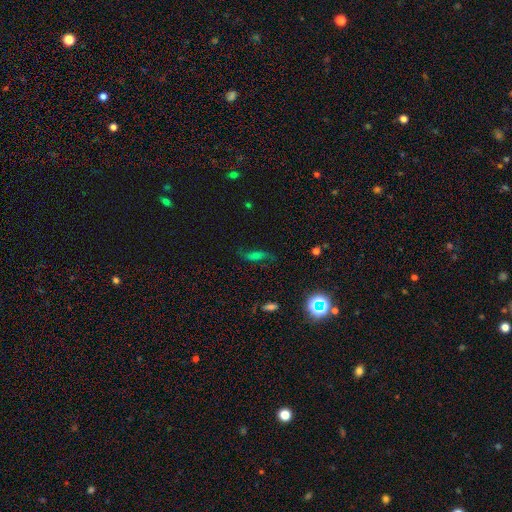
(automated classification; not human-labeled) smooth-or-featured: featured or disk: 49% | smooth: 33% | star or artifact: 18%
  merging: none: 67% | minor disturbance: 19% | major disturbance: 12% | merger: 3%